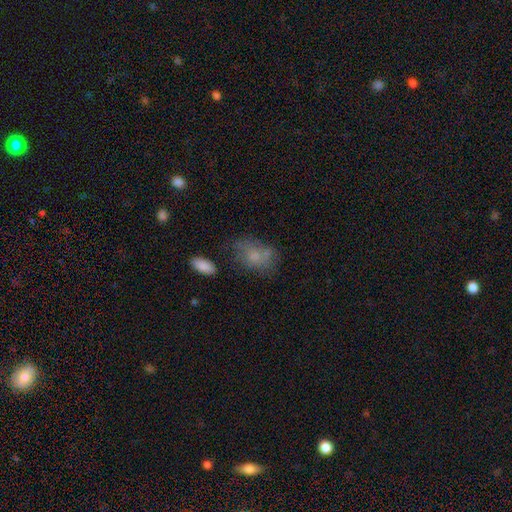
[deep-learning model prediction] Smooth or featured?
  - smooth: 66% *
  - featured or disk: 23%
  - star or artifact: 11%
How rounded?
  - in between: 78% *
  - round: 20%
  - cigar-shaped: 2%
Merging?
  - none: 47% *
  - minor disturbance: 26%
  - major disturbance: 16%
  - merger: 11%